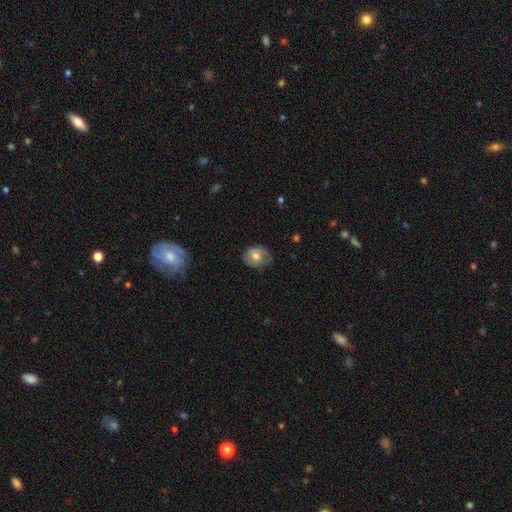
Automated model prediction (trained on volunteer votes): A smooth galaxy with no disk features (66%) that is round (60%). Merging: none (68%).